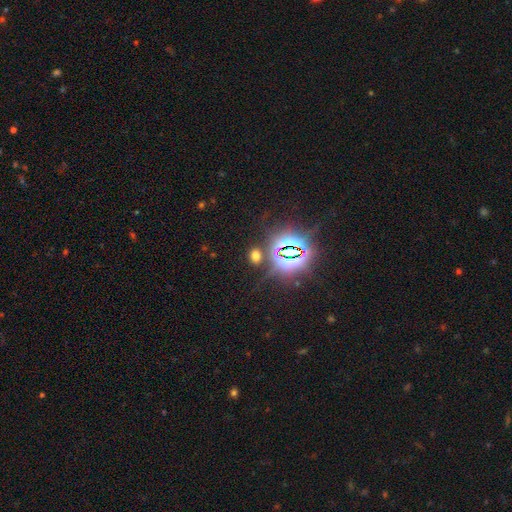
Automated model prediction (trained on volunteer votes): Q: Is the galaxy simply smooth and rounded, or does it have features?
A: smooth — 52%.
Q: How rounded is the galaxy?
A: in between — 66%.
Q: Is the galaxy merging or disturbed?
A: none — 81%.